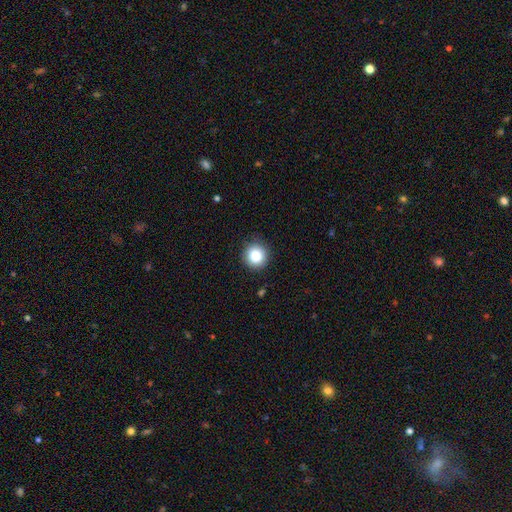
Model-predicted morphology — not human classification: Smooth or featured? smooth (84%)
How rounded? round (94%)
Merging? none (90%)